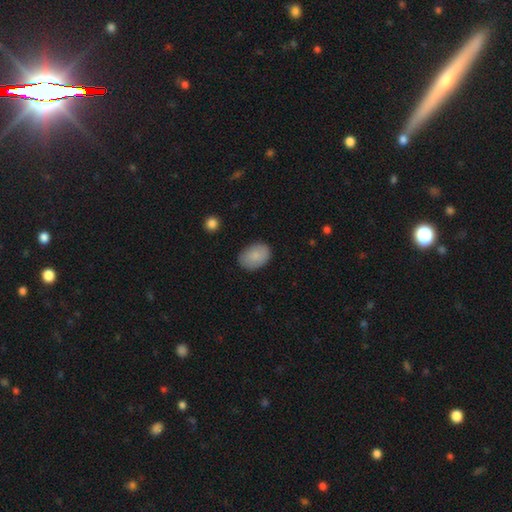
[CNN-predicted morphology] type=smooth (86%); roundness=in between (84%); merging=none (84%).